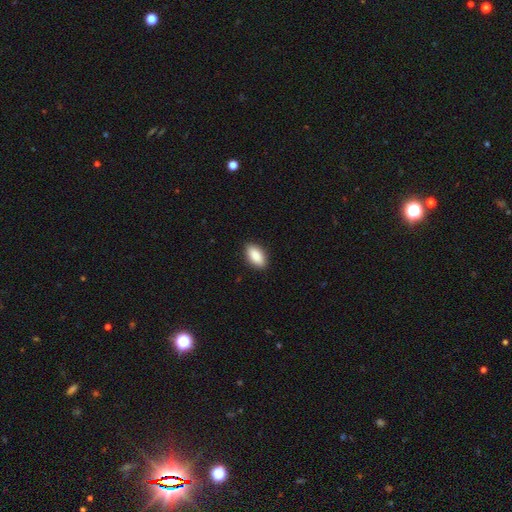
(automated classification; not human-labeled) This appears to be a smooth galaxy with no disk features (89%) that is in between round and cigar-shaped (93%). Merging: none (89%).